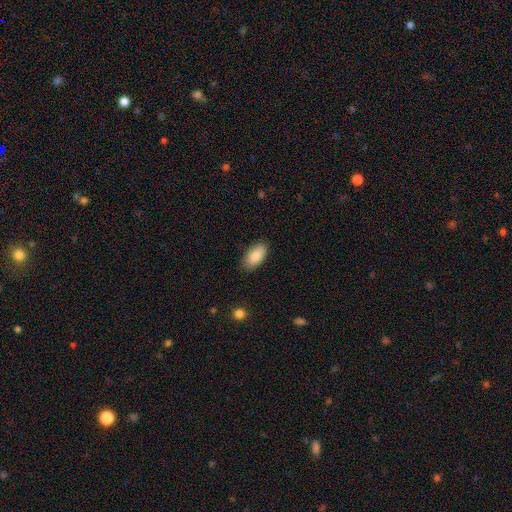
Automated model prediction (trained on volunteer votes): A smooth galaxy with no disk features (86%) that is in between round and cigar-shaped (93%).

Vote fractions:
- Smooth or featured? smooth: 86% / featured or disk: 7% / star or artifact: 7%
- How rounded? in between: 93% / cigar-shaped: 5% / round: 2%
- Merging? none: 84% / minor disturbance: 12% / major disturbance: 2% / merger: 1%